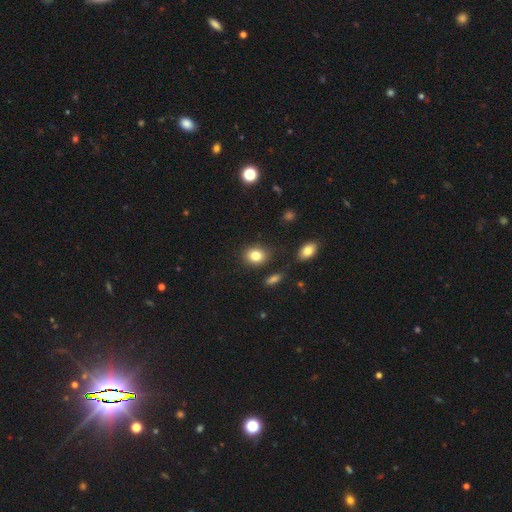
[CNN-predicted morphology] The model was most divided on "how rounded": round: 52%, in between: 47%, cigar-shaped: 1%. More confident: smooth or featured — smooth (83%); merging — none (83%).